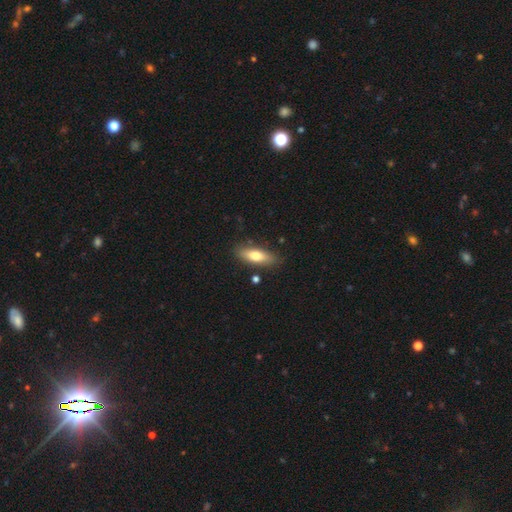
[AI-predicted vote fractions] Overall: smooth (72%). How rounded: in between (59%; cigar-shaped 39%). Merging: none (82%).